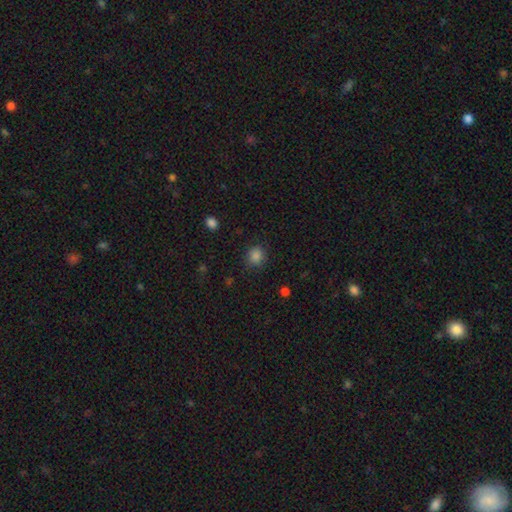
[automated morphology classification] Smooth or featured? Predicted: smooth (p=0.85). How rounded? Predicted: round (p=0.77). Merging? Predicted: none (p=0.85).